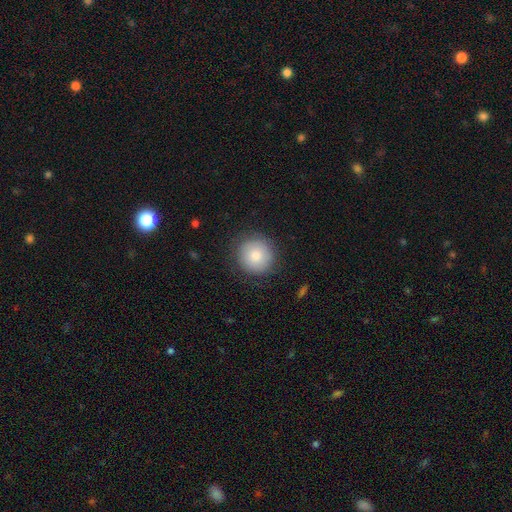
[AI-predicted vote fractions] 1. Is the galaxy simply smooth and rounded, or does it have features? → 79% smooth, 13% featured or disk, 8% star or artifact.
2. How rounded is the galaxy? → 94% round, 5% in between, 1% cigar-shaped.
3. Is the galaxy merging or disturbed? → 84% none, 11% minor disturbance, 4% major disturbance, 1% merger.